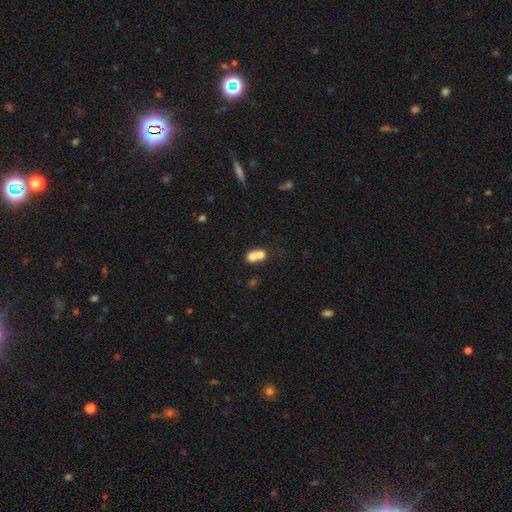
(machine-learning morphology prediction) type=smooth (71%); roundness=round (67%); merging=merger (69%).